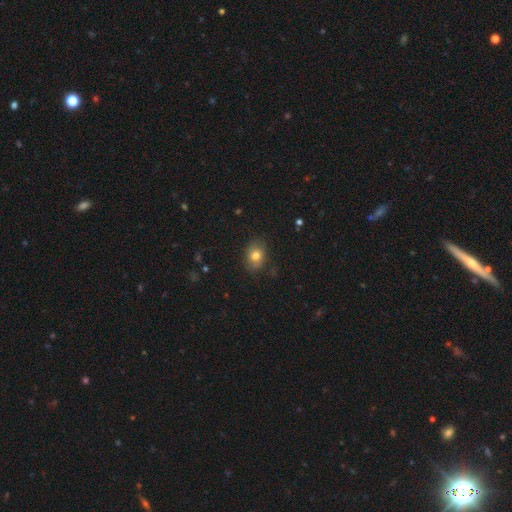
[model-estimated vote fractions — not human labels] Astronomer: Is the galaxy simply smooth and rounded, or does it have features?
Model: smooth — 78%.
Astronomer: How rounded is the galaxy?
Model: in between — 63%.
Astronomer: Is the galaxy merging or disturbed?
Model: none — 79%.